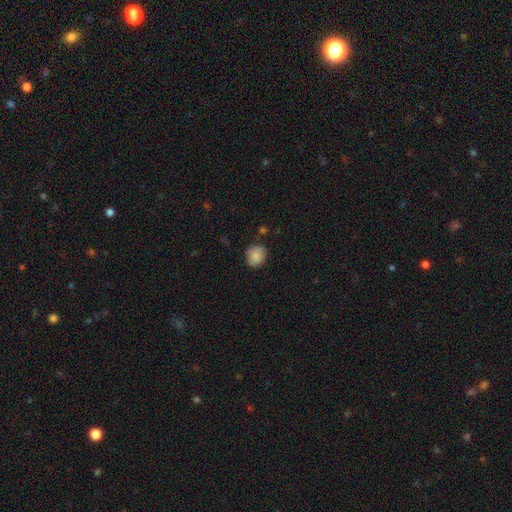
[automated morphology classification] Smooth or featured? smooth (85%)
How rounded? round (69%)
Merging? none (80%)